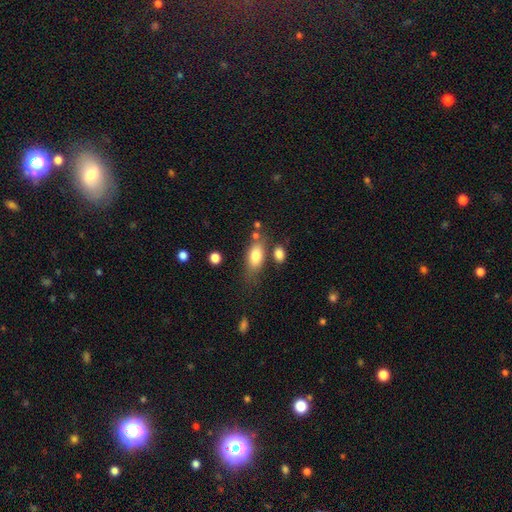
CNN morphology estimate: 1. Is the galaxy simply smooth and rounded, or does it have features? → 80% smooth, 12% featured or disk, 8% star or artifact.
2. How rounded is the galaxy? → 84% in between, 11% cigar-shaped, 6% round.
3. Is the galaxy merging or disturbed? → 62% none, 18% minor disturbance, 12% merger, 8% major disturbance.